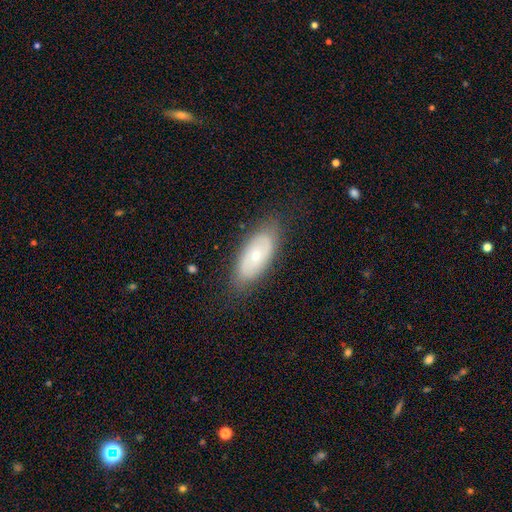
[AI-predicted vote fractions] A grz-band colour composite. It shows a featured or disk galaxy (50%). Merging: none (81%).